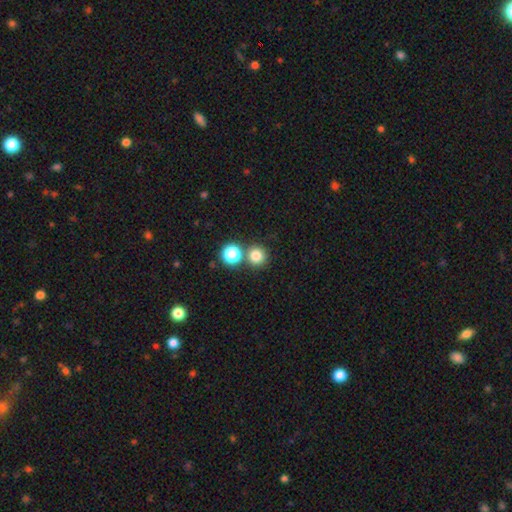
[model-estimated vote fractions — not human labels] A smooth galaxy with no disk features (79%) that is round (93%). Merging: none (72%).